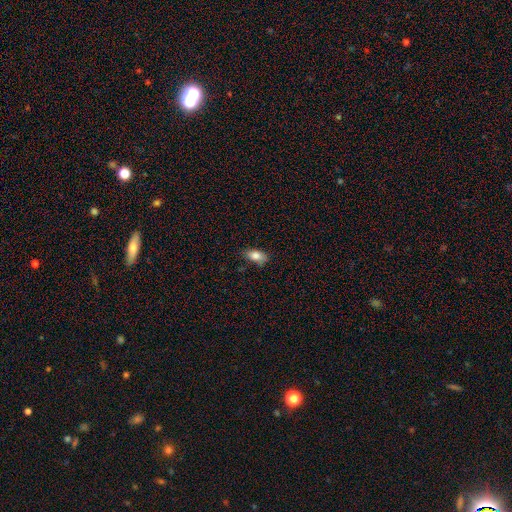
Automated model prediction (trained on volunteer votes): This appears to be a smooth galaxy with no disk features (83%) that is in between round and cigar-shaped (88%). Merging: none (74%).